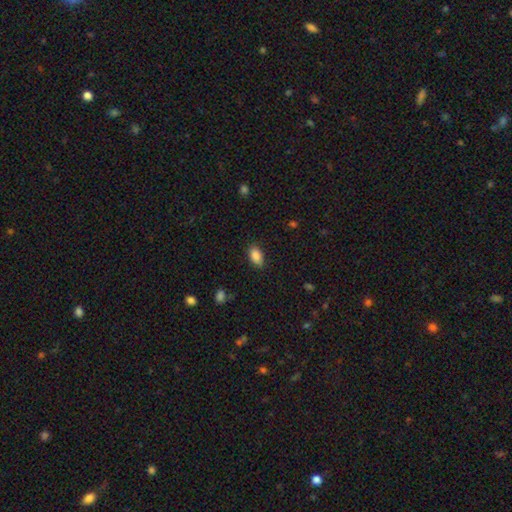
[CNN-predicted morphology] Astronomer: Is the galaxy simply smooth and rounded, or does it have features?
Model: smooth — 88%.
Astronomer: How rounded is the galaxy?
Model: in between — 92%.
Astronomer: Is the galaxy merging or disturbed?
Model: none — 85%.